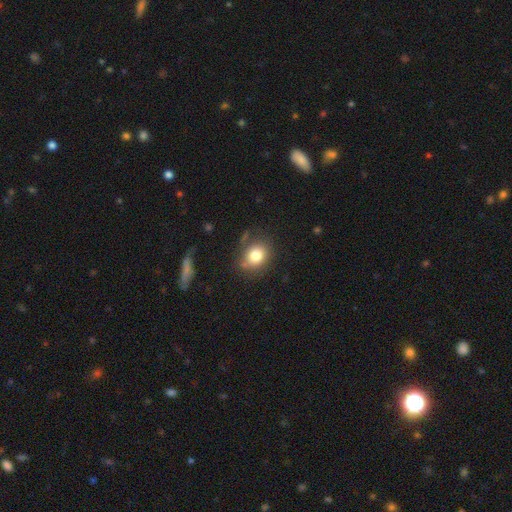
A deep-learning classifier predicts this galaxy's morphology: smooth-or-featured: smooth: 80% | star or artifact: 11% | featured or disk: 10%
  how-rounded: round: 60% | in between: 38% | cigar-shaped: 1%
  merging: none: 71% | minor disturbance: 19% | major disturbance: 6% | merger: 4%